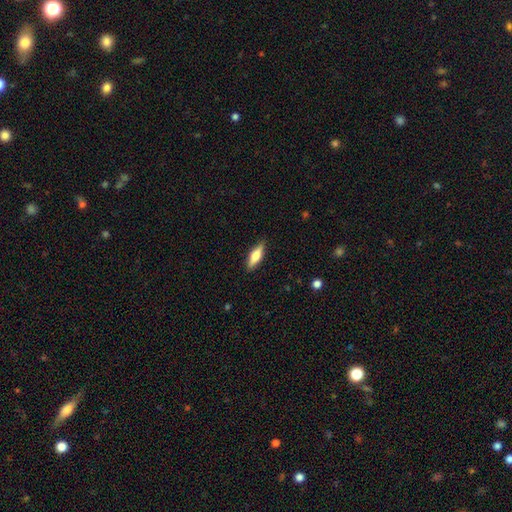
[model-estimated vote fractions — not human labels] Smooth or featured? Predicted: smooth (p=0.63). How rounded? Predicted: in between (p=0.53). Merging? Predicted: none (p=0.87).